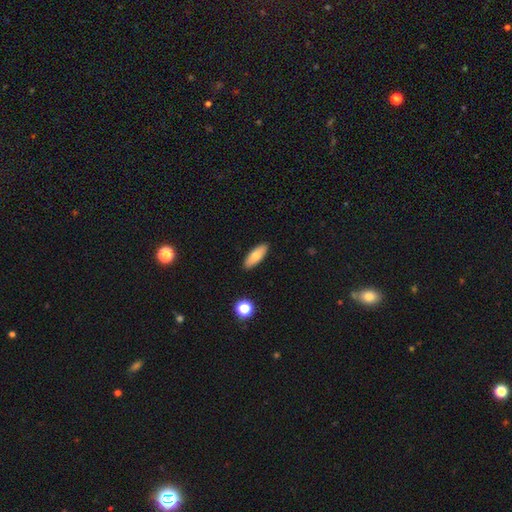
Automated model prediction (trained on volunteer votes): Smooth or featured?
  - smooth: 75% *
  - featured or disk: 18%
  - star or artifact: 7%
How rounded?
  - in between: 70% *
  - cigar-shaped: 27%
  - round: 3%
Merging?
  - none: 89% *
  - minor disturbance: 8%
  - major disturbance: 2%
  - merger: 1%